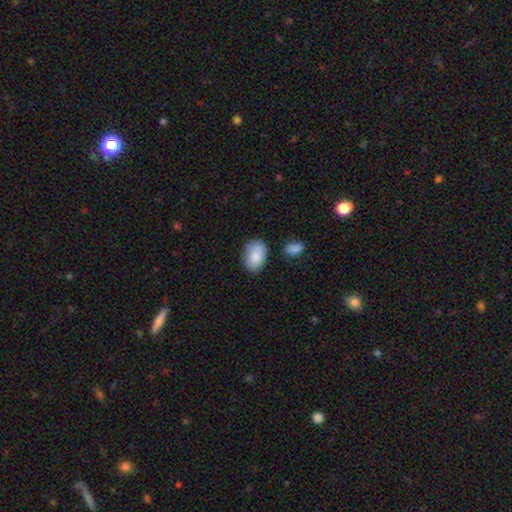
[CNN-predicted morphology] Smooth or featured? Predicted: smooth (p=0.87). How rounded? Predicted: in between (p=0.88). Merging? Predicted: none (p=0.74).